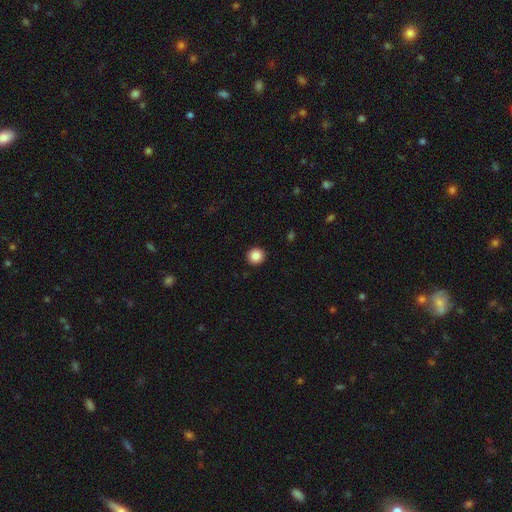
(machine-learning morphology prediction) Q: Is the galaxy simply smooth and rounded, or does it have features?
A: smooth — 87%.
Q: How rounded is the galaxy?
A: round — 95%.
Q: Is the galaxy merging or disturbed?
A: none — 93%.